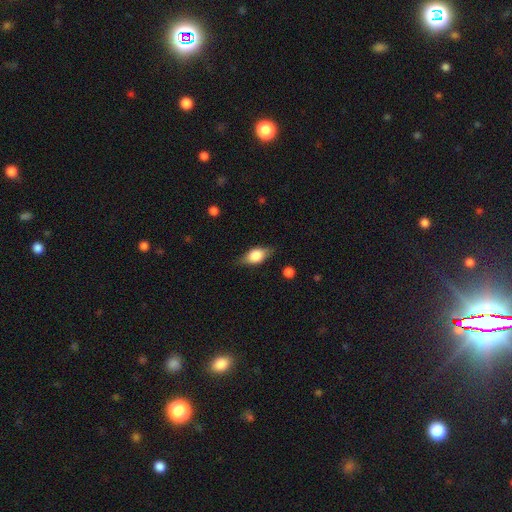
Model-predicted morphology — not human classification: This is likely a smooth galaxy (67%). How rounded: clearly in between (81%). Merging: likely none (76%).